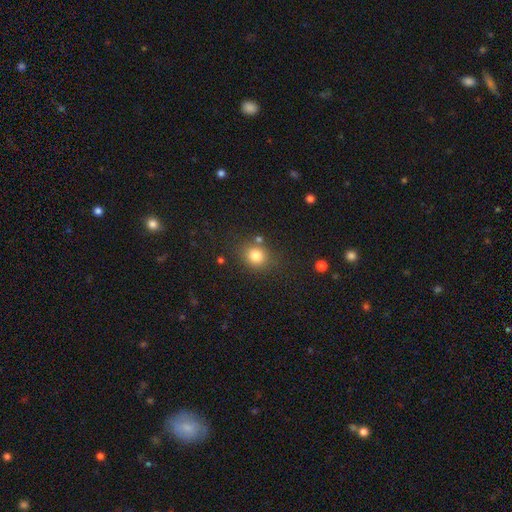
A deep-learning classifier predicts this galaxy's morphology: smooth_or_featured: smooth (p=0.81) [alt: star or artifact p=0.12]
how_rounded: round (p=0.77) [alt: in between p=0.22]
merging: none (p=0.77) [alt: minor disturbance p=0.11]